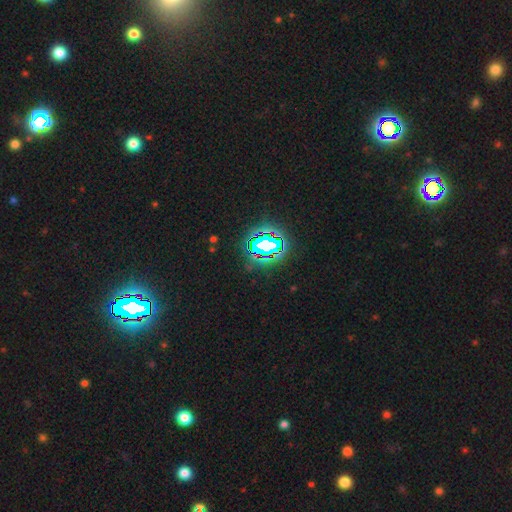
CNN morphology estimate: A star or artifact, not a galaxy (81%).

Vote fractions:
- Smooth or featured? star or artifact: 81% / smooth: 12% / featured or disk: 7%